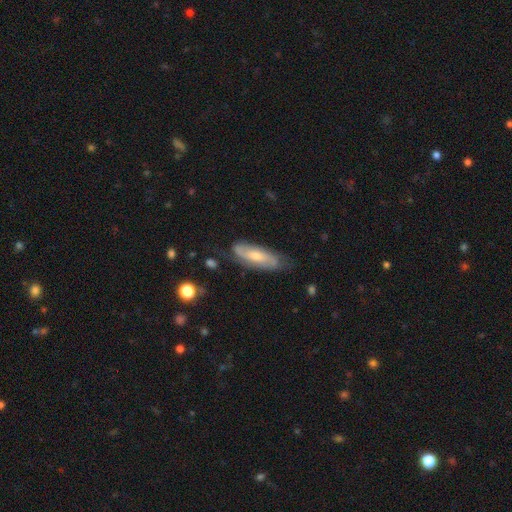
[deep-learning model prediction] A featured or disk galaxy (61%). Merging: none (72%).